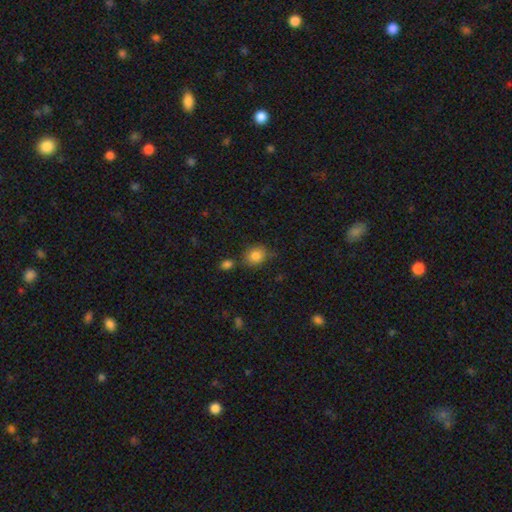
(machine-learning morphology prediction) smooth_or_featured: smooth (p=0.84) [alt: star or artifact p=0.09]
how_rounded: round (p=0.68) [alt: in between p=0.31]
merging: none (p=0.68) [alt: minor disturbance p=0.18]